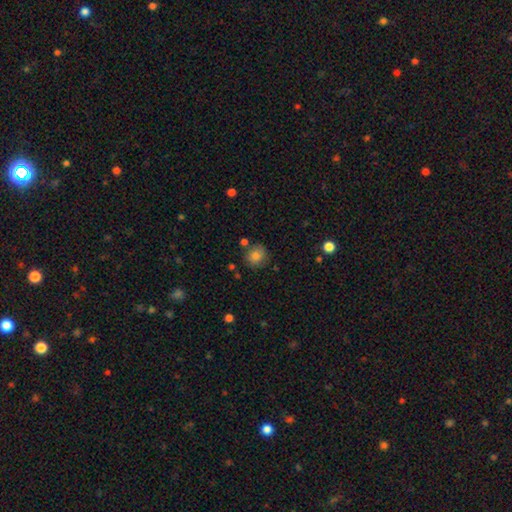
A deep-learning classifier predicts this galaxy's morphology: smooth 82%, star or artifact 10%, featured or disk 8%. Down the decision tree: how rounded — round (87%); merging — none (79%).